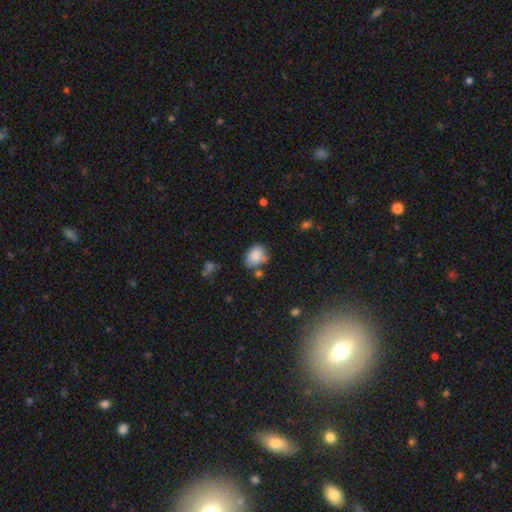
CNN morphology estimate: Smooth or featured?
  - smooth: 86% *
  - star or artifact: 8%
  - featured or disk: 6%
How rounded?
  - in between: 70% *
  - round: 29%
  - cigar-shaped: 1%
Merging?
  - none: 63% *
  - minor disturbance: 22%
  - merger: 10%
  - major disturbance: 6%